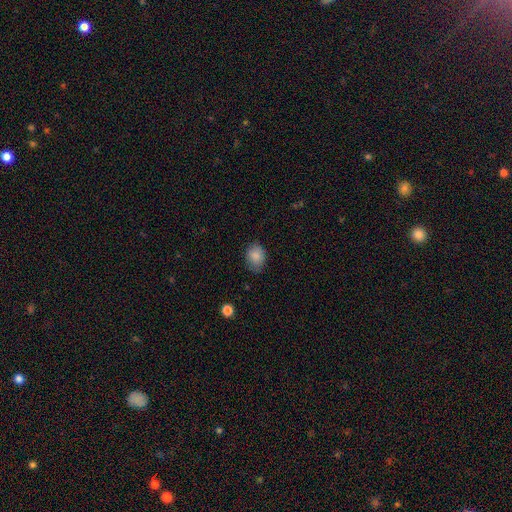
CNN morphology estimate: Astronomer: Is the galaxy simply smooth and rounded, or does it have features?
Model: smooth — 86%.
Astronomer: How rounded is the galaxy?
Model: in between — 62%.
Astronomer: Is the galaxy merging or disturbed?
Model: none — 77%.